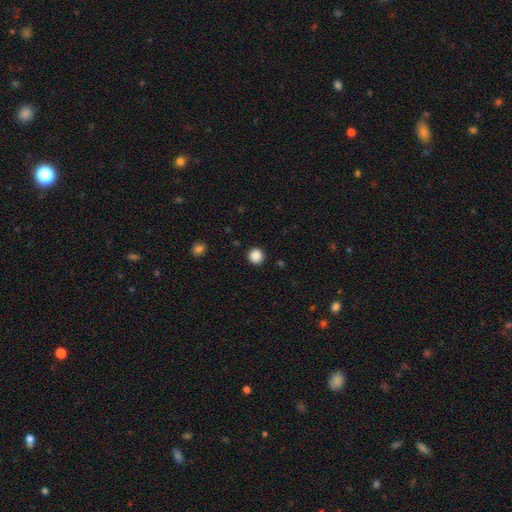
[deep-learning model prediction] Smooth or featured: smooth — 87% (star or artifact — 10%)
How rounded: round — 93% (in between — 6%)
Merging: none — 92% (minor disturbance — 5%)